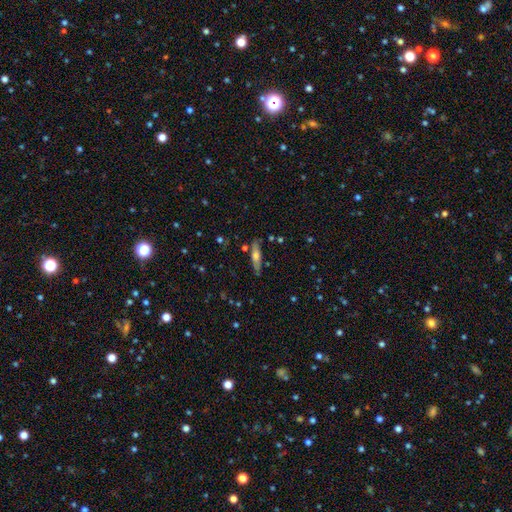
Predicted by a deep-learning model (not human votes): A smooth galaxy with no disk features (54%) that is cigar-shaped (68%).

Vote fractions:
- Smooth or featured? smooth: 54% / featured or disk: 38% / star or artifact: 7%
- How rounded? cigar-shaped: 68% / in between: 30% / round: 2%
- Merging? none: 80% / minor disturbance: 13% / merger: 4% / major disturbance: 3%